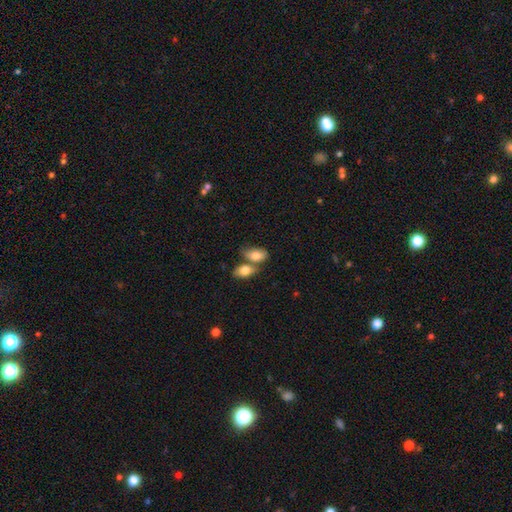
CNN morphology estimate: Smooth or featured? Predicted: smooth (p=0.81). How rounded? Predicted: in between (p=0.89). Merging? Predicted: merger (p=0.52).